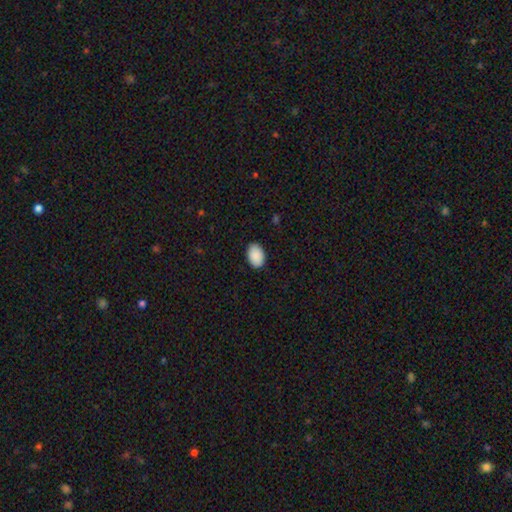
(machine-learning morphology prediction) Smooth or featured? smooth (91%)
How rounded? in between (89%)
Merging? none (89%)